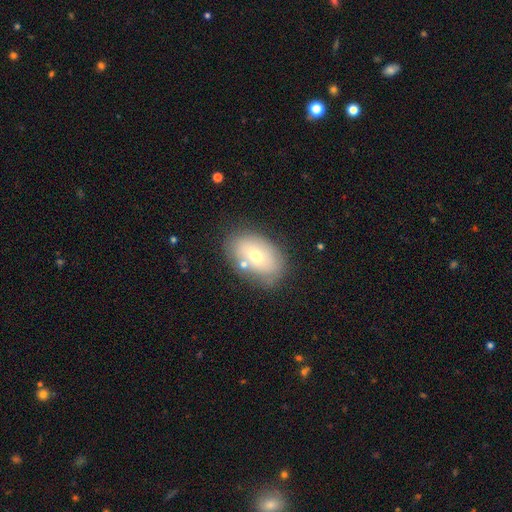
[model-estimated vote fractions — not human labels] Smooth or featured: smooth — 58% (featured or disk — 33%)
How rounded: in between — 88% (round — 11%)
Merging: none — 69% (minor disturbance — 17%)